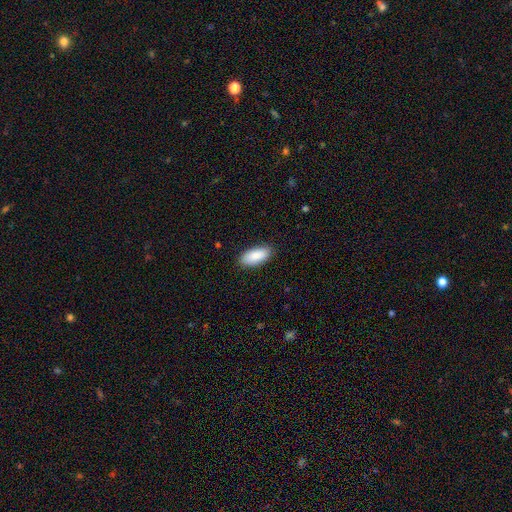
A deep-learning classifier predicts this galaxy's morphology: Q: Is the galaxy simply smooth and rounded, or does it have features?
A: smooth — 88%.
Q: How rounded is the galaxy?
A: in between — 90%.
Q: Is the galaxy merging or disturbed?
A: none — 88%.